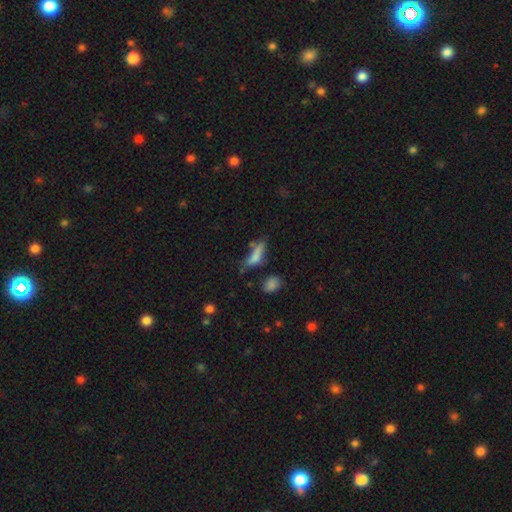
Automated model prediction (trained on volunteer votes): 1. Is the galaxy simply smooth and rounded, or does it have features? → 68% smooth, 21% featured or disk, 11% star or artifact.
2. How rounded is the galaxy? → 53% cigar-shaped, 43% in between, 4% round.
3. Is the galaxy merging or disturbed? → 38% none, 27% minor disturbance, 19% major disturbance, 15% merger.